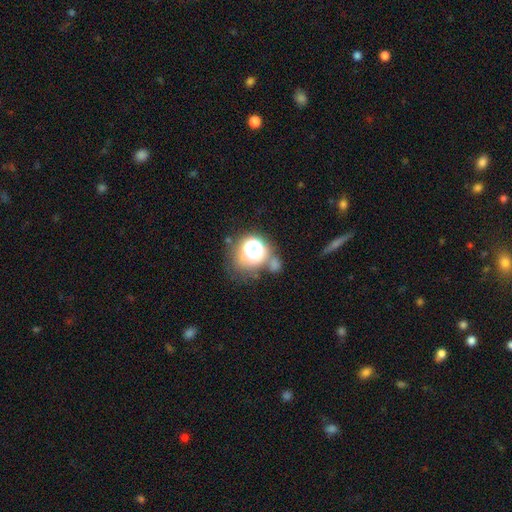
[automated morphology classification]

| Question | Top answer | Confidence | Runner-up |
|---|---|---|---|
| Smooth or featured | smooth | 50% | star or artifact (30%) |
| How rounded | round | 74% | in between (25%) |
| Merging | none | 43% | merger (24%) |